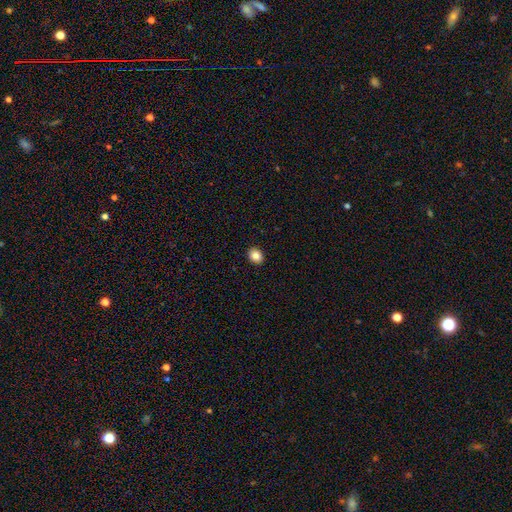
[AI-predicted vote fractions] A smooth galaxy with no disk features (86%) that is round (51%). Merging: none (91%).